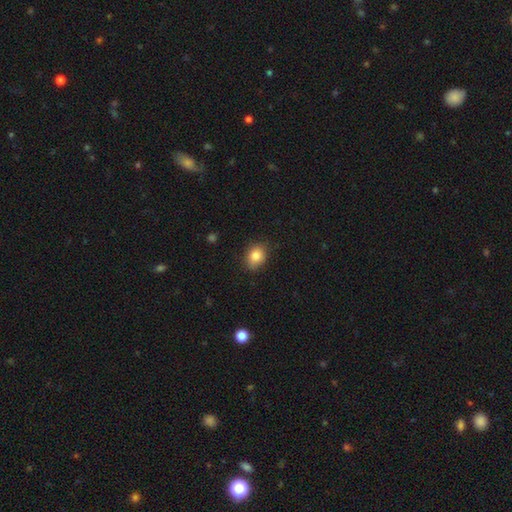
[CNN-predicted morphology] Smooth or featured? Predicted: smooth (p=0.83). How rounded? Predicted: round (p=0.54). Merging? Predicted: none (p=0.80).